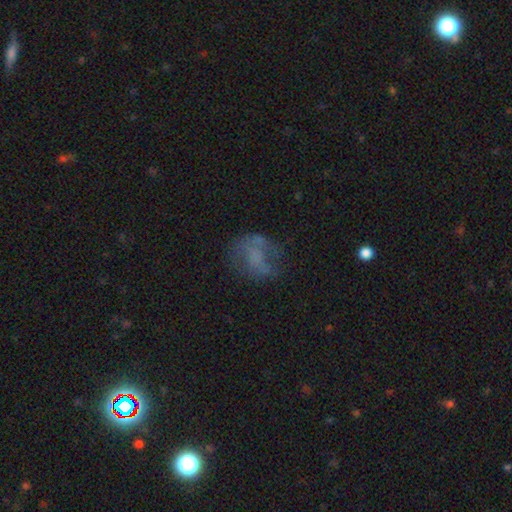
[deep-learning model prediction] A featured or disk galaxy (42%, tied with smooth). Merging: none (49%).